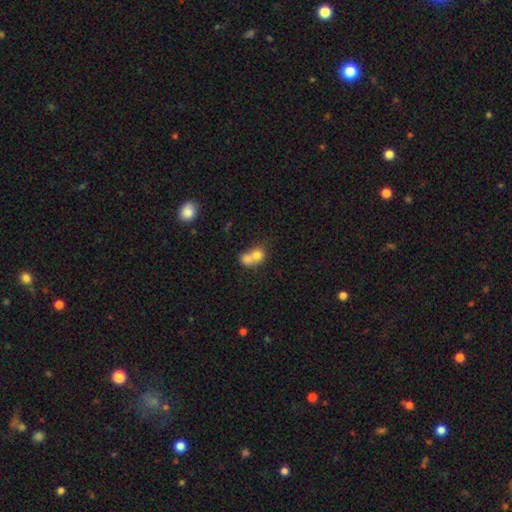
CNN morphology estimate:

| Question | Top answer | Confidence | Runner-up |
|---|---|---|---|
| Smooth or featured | smooth | 74% | featured or disk (16%) |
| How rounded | round | 63% | in between (35%) |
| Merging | merger | 70% | none (20%) |